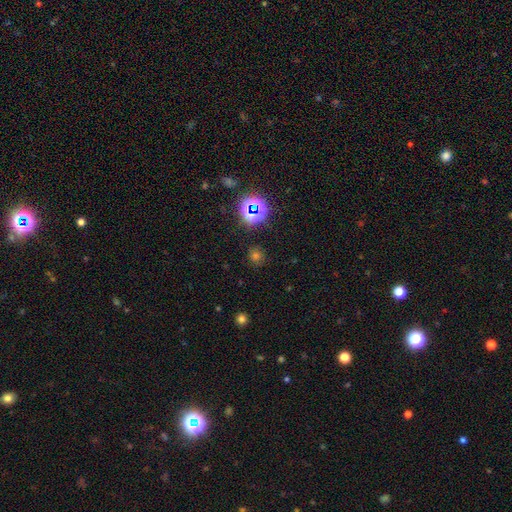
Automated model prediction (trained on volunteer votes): Overall: smooth (52%; star or artifact 41%). How rounded: round (89%). Merging: none (87%).